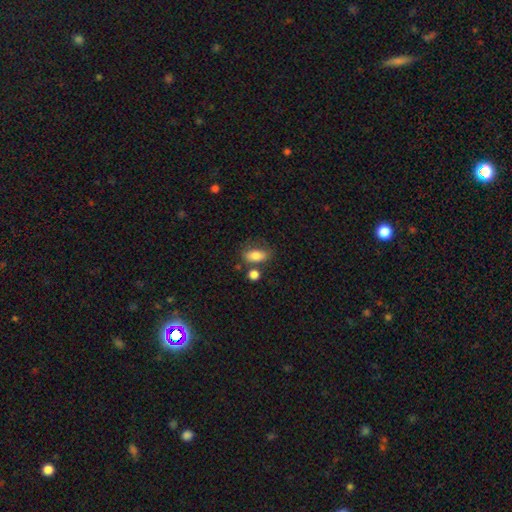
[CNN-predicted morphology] A smooth galaxy with no disk features (79%) that is in between round and cigar-shaped (85%).

Vote fractions:
- Smooth or featured? smooth: 79% / featured or disk: 12% / star or artifact: 9%
- How rounded? in between: 85% / round: 10% / cigar-shaped: 6%
- Merging? none: 57% / minor disturbance: 19% / merger: 16% / major disturbance: 8%